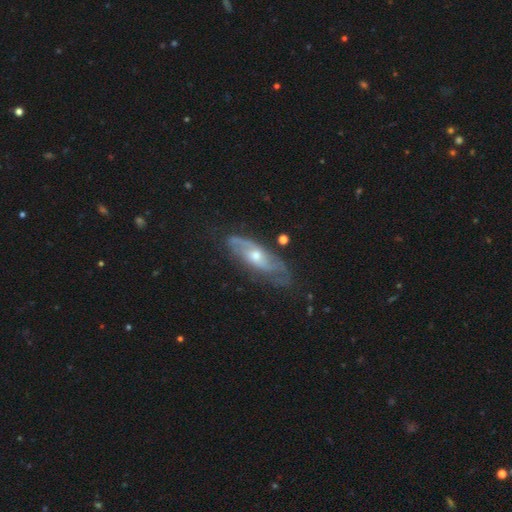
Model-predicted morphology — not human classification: Q: Smooth or featured?
A: featured or disk (77%); runner-up: smooth (17%)
Q: Edge-on disk?
A: no (78%); runner-up: yes (22%)
Q: Bar?
A: no (65%); runner-up: weak (28%)
Q: Spiral arms?
A: yes (83%); runner-up: no (17%)
Q: Spiral winding?
A: tight (43%); runner-up: medium (39%)
Q: Spiral arm count?
A: 2 (53%); runner-up: can't tell (34%)
Q: Bulge size?
A: moderate (59%); runner-up: small (35%)
Q: Merging?
A: none (70%); runner-up: minor disturbance (21%)